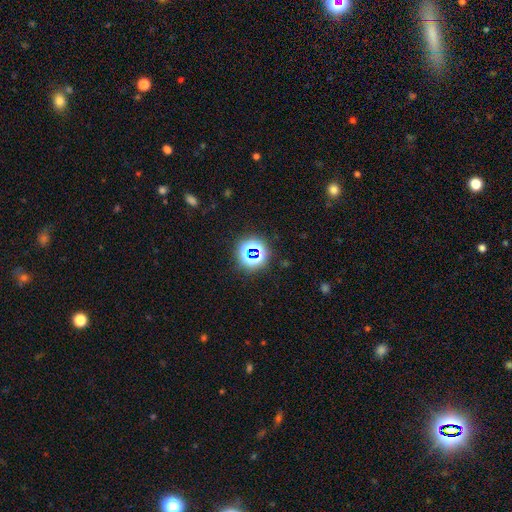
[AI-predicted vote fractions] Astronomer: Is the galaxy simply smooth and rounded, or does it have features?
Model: star or artifact — 69%.